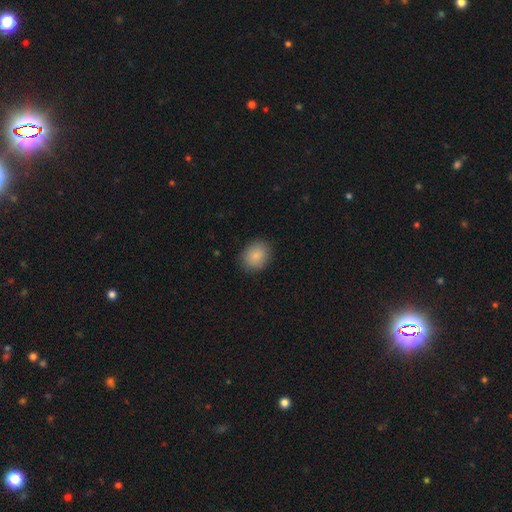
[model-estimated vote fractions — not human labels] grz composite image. It shows a smooth galaxy with no disk features (87%) that is round (59%). Merging: none (87%).